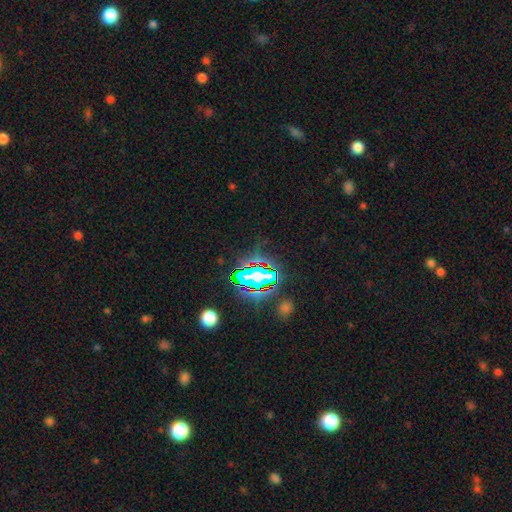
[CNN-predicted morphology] This is likely a star or artifact rather than a galaxy (78%).